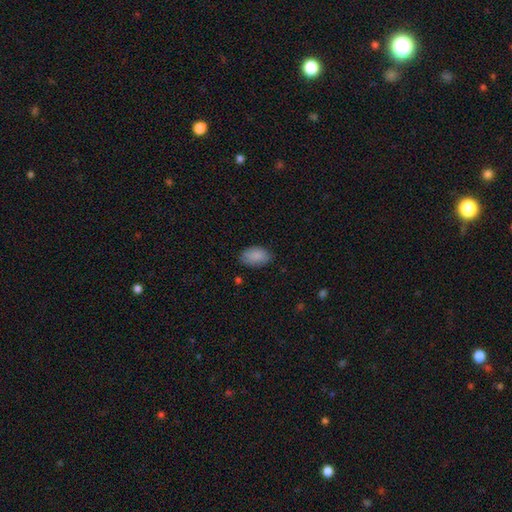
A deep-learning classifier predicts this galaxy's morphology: smooth_or_featured: smooth (p=0.87) [alt: star or artifact p=0.07]
how_rounded: in between (p=0.92) [alt: round p=0.07]
merging: none (p=0.78) [alt: minor disturbance p=0.17]